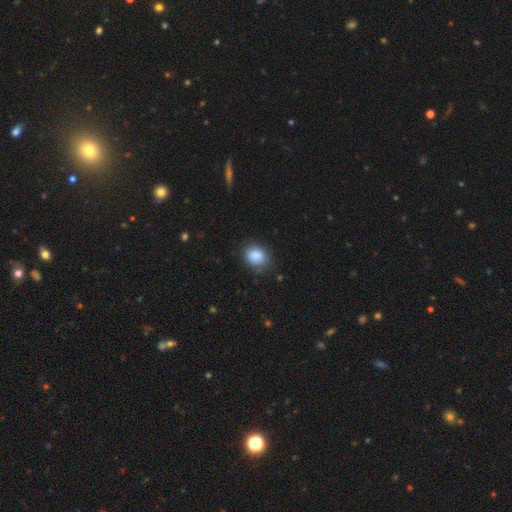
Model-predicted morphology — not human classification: This appears to be a smooth galaxy with no disk features (87%) that is round (53%). Merging: none (79%).